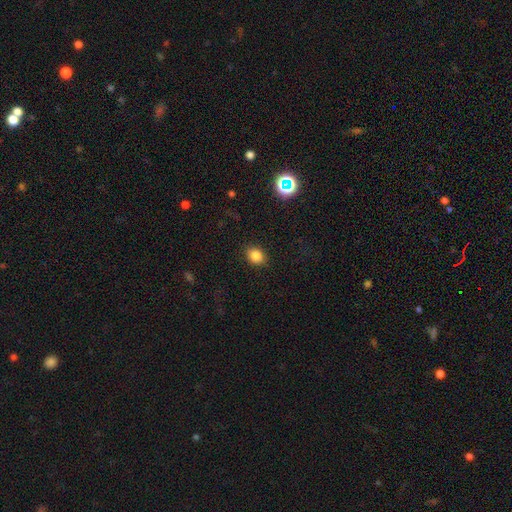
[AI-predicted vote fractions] Smooth or featured?
  - smooth: 83% *
  - star or artifact: 11%
  - featured or disk: 5%
How rounded?
  - in between: 50% *
  - round: 49%
  - cigar-shaped: 1%
Merging?
  - none: 88% *
  - minor disturbance: 9%
  - major disturbance: 3%
  - merger: 1%